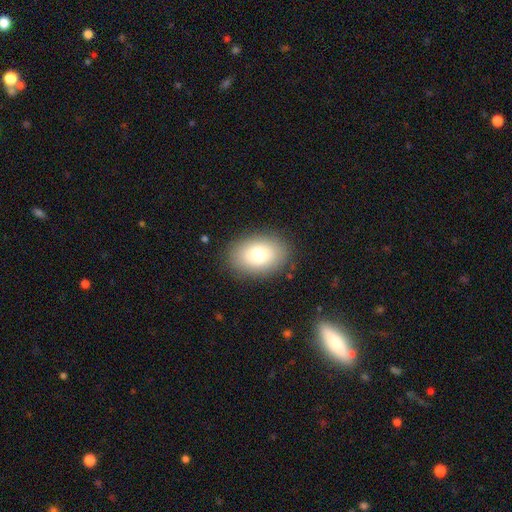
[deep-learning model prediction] Smooth or featured?
  - smooth: 74% *
  - featured or disk: 15%
  - star or artifact: 11%
How rounded?
  - in between: 83% *
  - round: 15%
  - cigar-shaped: 2%
Merging?
  - none: 86% *
  - minor disturbance: 9%
  - major disturbance: 2%
  - merger: 2%